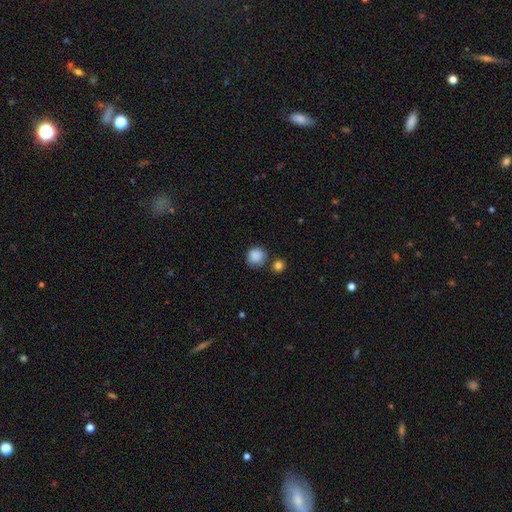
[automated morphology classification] Smooth or featured?
  - smooth: 87% *
  - star or artifact: 9%
  - featured or disk: 4%
How rounded?
  - round: 88% *
  - in between: 11%
  - cigar-shaped: 1%
Merging?
  - none: 70% *
  - minor disturbance: 15%
  - merger: 10%
  - major disturbance: 4%